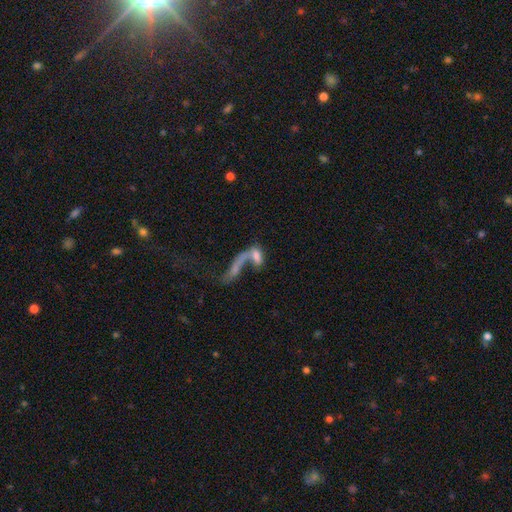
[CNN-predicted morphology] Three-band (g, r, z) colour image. It shows a smooth galaxy with no disk features (60%) that is in between round and cigar-shaped (63%). Merging: merger (60%).